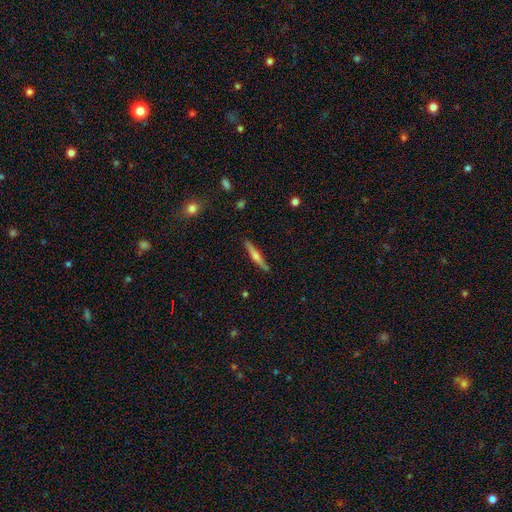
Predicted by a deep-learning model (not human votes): Overall: featured or disk (62%; smooth 31%). Edge-on disk: yes (97%). Edge-on bulge: rounded (82%). Merging: none (90%).